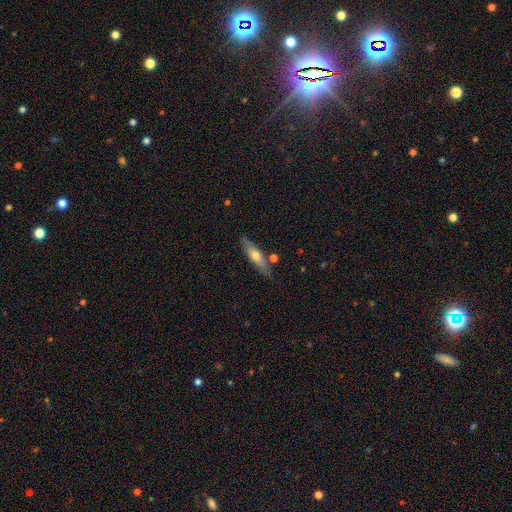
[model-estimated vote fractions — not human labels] Smooth or featured: smooth — 50% (featured or disk — 43%)
How rounded: cigar-shaped — 67% (in between — 31%)
Merging: none — 77% (minor disturbance — 14%)